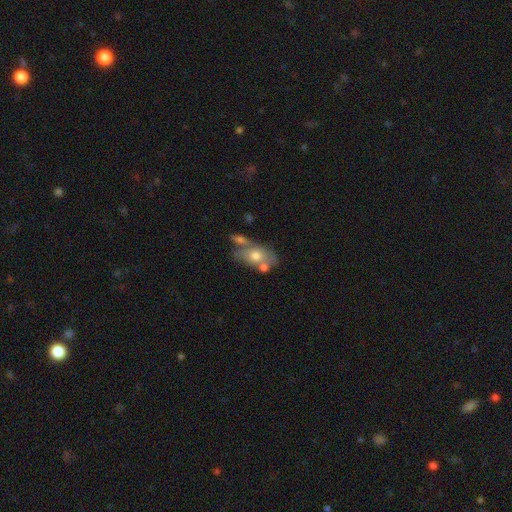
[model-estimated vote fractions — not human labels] Overall: smooth (60%; featured or disk 32%). How rounded: in between (80%). Merging: none (40%; merger 35%).